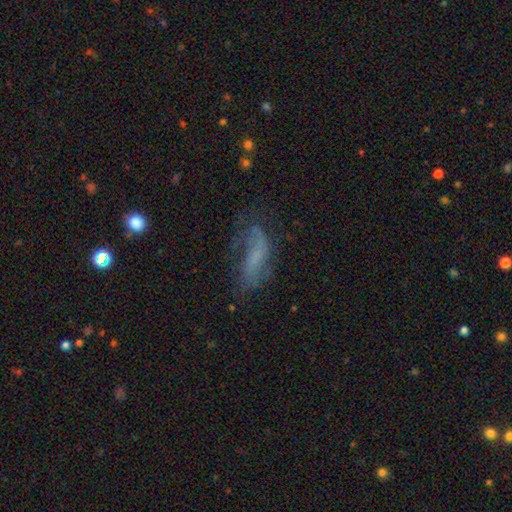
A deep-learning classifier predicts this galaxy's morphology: Q: Smooth or featured?
A: featured or disk (47%); runner-up: smooth (38%)
Q: Merging?
A: none (46%); runner-up: minor disturbance (26%)